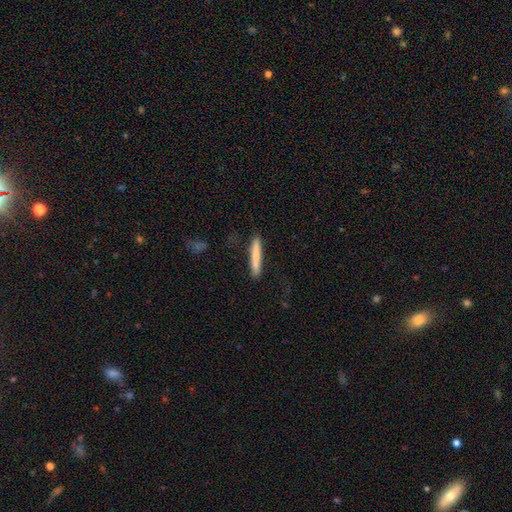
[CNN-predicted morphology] Smooth or featured? Predicted: smooth (p=0.77). How rounded? Predicted: cigar-shaped (p=0.96). Merging? Predicted: none (p=0.87).